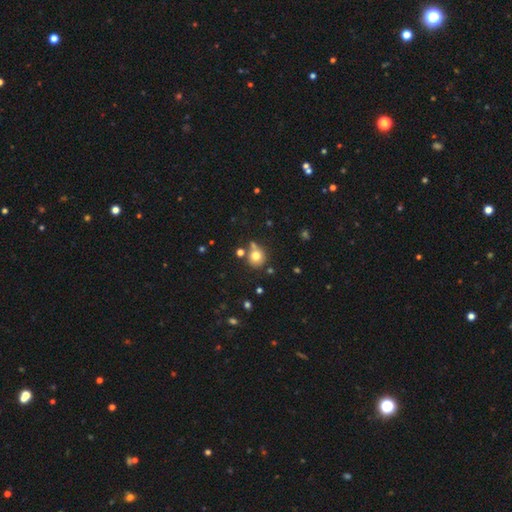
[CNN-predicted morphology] smooth-or-featured: smooth: 76% | star or artifact: 13% | featured or disk: 11%
  how-rounded: round: 86% | in between: 13% | cigar-shaped: 1%
  merging: none: 66% | merger: 16% | minor disturbance: 13% | major disturbance: 4%